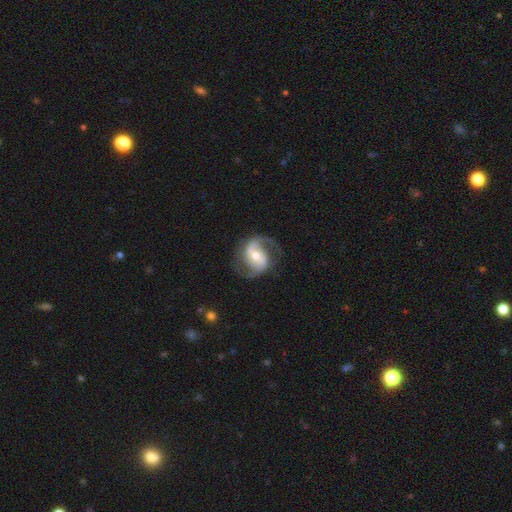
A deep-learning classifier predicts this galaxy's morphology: smooth_or_featured: featured or disk (p=0.87) [alt: smooth p=0.09]
disk_edge_on: no (p=0.98) [alt: yes p=0.02]
bar: weak (p=0.42) [alt: strong p=0.32]
has_spiral_arms: yes (p=0.95) [alt: no p=0.05]
spiral_winding: medium (p=0.52) [alt: loose p=0.32]
spiral_arm_count: 2 (p=0.91) [alt: can't tell p=0.03]
bulge_size: moderate (p=0.61) [alt: small p=0.31]
merging: none (p=0.75) [alt: minor disturbance p=0.14]